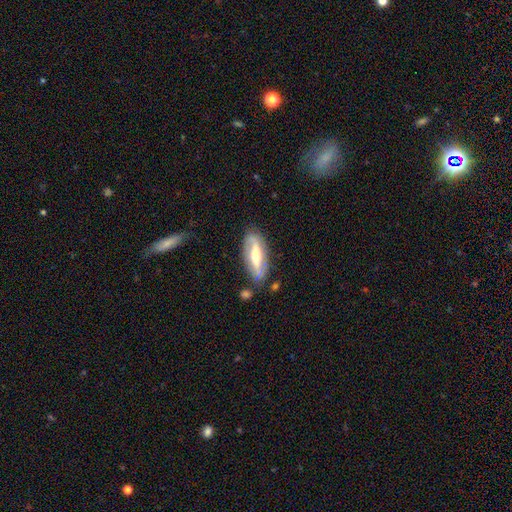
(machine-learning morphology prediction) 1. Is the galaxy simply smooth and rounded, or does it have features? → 71% featured or disk, 24% smooth, 5% star or artifact.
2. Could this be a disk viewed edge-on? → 75% no, 25% yes.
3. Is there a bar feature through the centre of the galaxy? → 49% strong, 29% weak, 22% no.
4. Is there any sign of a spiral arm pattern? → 76% yes, 24% no.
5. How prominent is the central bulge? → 65% moderate, 17% small, 14% large, 2% dominant, 2% none.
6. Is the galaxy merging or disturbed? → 77% none, 15% minor disturbance, 4% major disturbance, 3% merger.